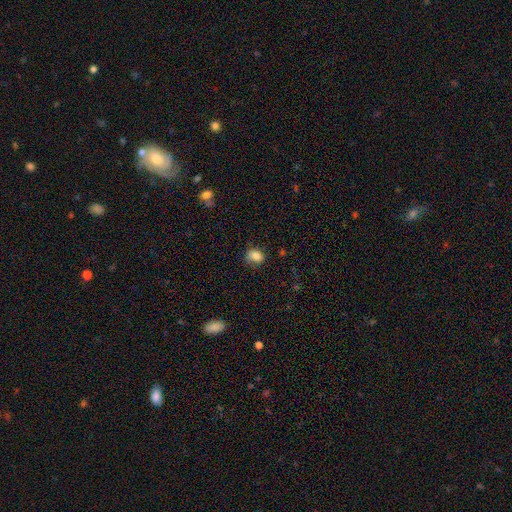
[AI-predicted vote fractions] smooth-or-featured: smooth: 82% | star or artifact: 10% | featured or disk: 8%
  how-rounded: in between: 60% | round: 39% | cigar-shaped: 1%
  merging: none: 61% | minor disturbance: 28% | major disturbance: 9% | merger: 2%